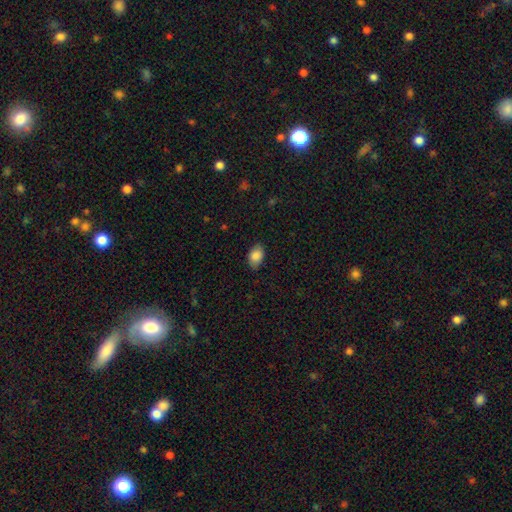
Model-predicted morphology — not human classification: Smooth or featured: smooth — 87% (star or artifact — 7%)
How rounded: in between — 87% (round — 12%)
Merging: none — 83% (minor disturbance — 14%)